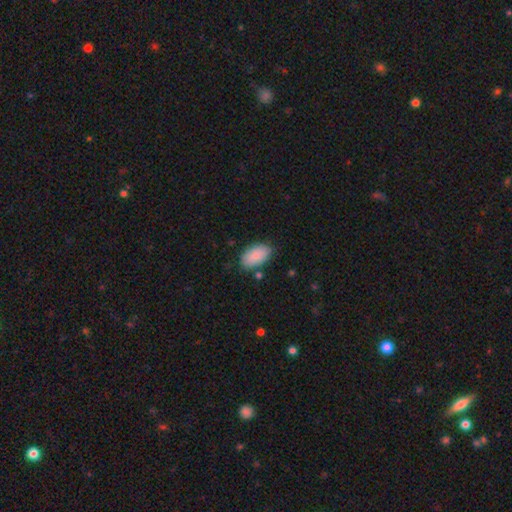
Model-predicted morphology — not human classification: A smooth galaxy with no disk features (86%) that is in between round and cigar-shaped (95%). Merging: none (81%).